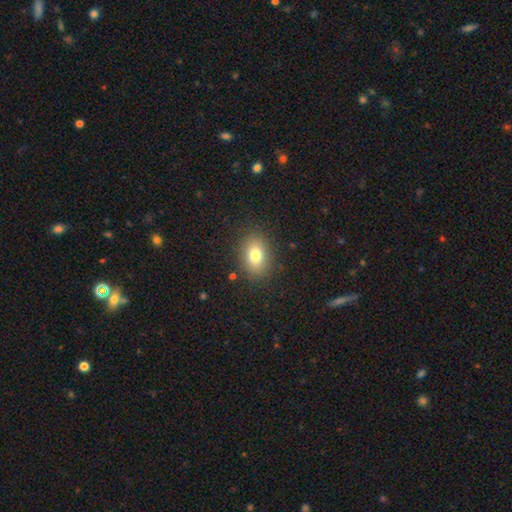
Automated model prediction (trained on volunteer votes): Smooth or featured? Predicted: smooth (p=0.78). How rounded? Predicted: in between (p=0.76). Merging? Predicted: none (p=0.88).